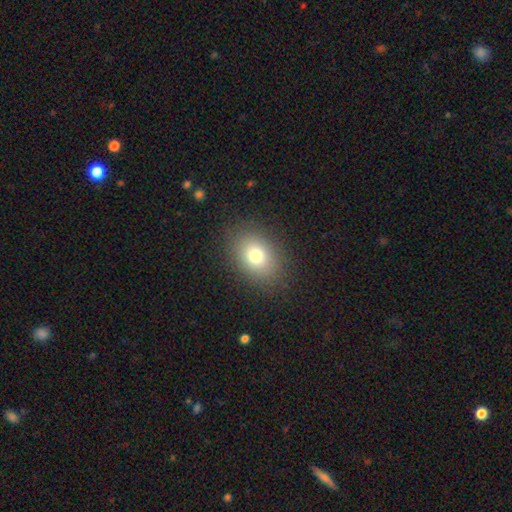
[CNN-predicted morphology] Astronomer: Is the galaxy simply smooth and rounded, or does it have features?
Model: smooth — 77%.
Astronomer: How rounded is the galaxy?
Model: in between — 70%.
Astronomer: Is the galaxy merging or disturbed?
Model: none — 86%.